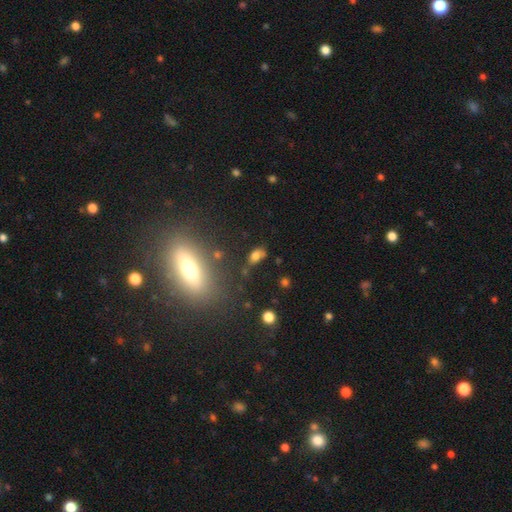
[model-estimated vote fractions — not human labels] This is likely a smooth galaxy (73%). How rounded: clearly in between (82%). Merging: possibly none (57%).